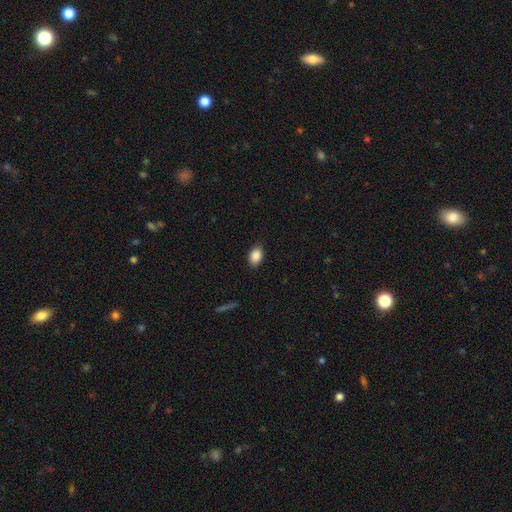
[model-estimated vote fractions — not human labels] Smooth or featured? Predicted: smooth (p=0.88). How rounded? Predicted: in between (p=0.84). Merging? Predicted: none (p=0.87).